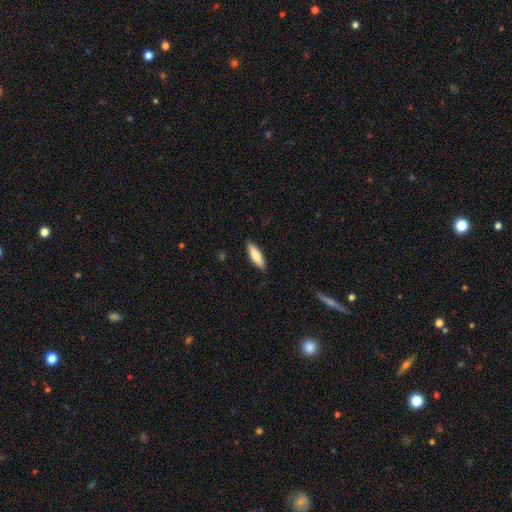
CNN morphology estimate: The model was most divided on "how rounded": cigar-shaped: 58%, in between: 41%, round: 2%. More confident: merging — none (89%); smooth or featured — smooth (74%).